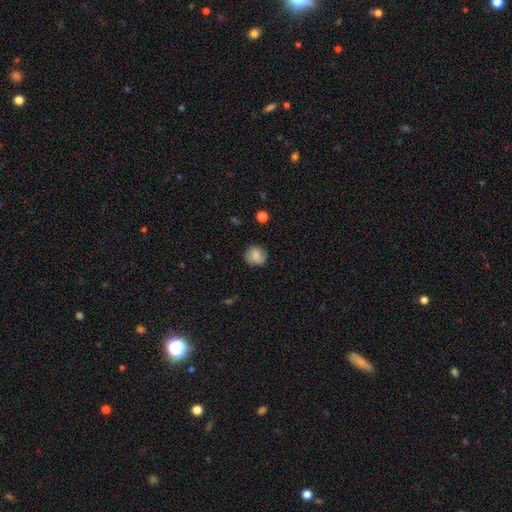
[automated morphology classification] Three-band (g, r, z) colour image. It shows a smooth galaxy with no disk features (79%) that is round (88%). Merging: none (82%).